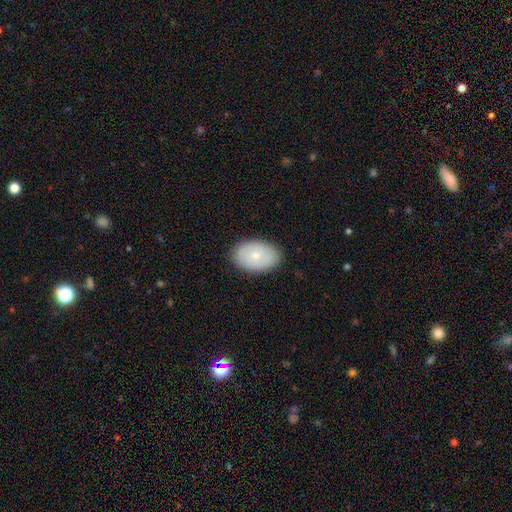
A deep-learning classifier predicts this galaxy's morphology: Smooth or featured? smooth (77%)
How rounded? in between (88%)
Merging? none (87%)